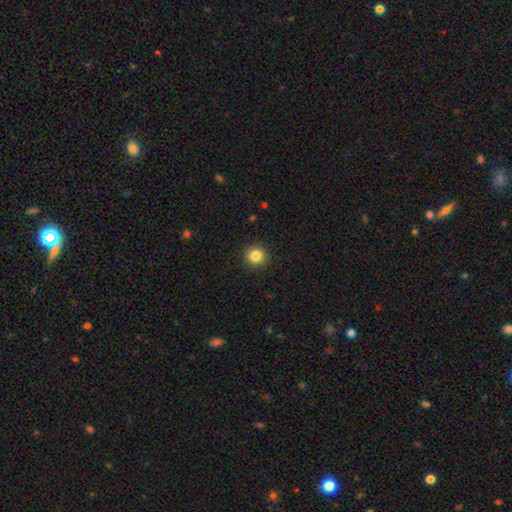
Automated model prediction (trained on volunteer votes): smooth-or-featured: smooth: 85% | star or artifact: 11% | featured or disk: 5%
  how-rounded: round: 93% | in between: 6% | cigar-shaped: 1%
  merging: none: 92% | minor disturbance: 6% | major disturbance: 2% | merger: 1%